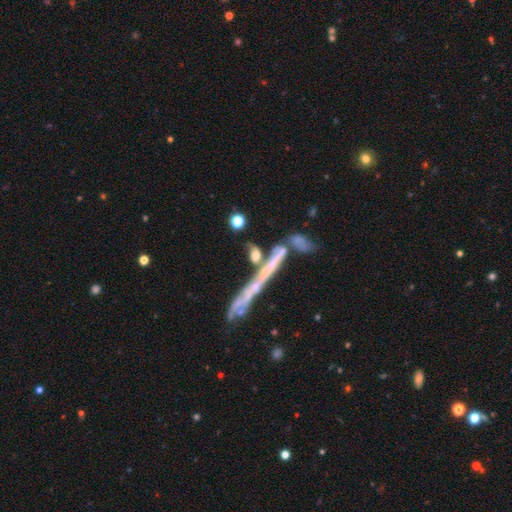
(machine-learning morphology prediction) This appears to be a smooth galaxy with no disk features (45%). Merging: none (45%).